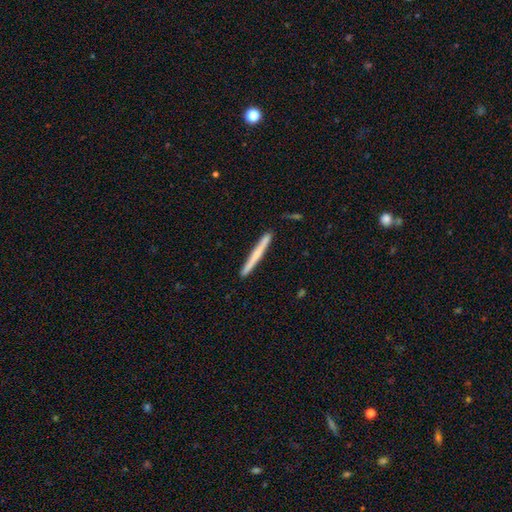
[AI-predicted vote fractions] Overall: smooth (54%; featured or disk 41%). How rounded: cigar-shaped (97%). Merging: none (90%).